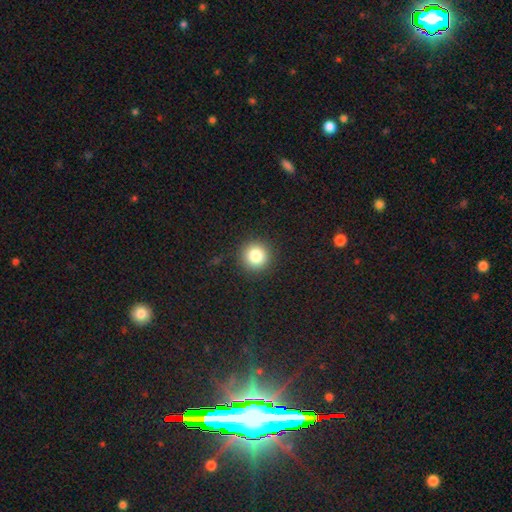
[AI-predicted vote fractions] Morphology: type=smooth (83%); roundness=round (95%); merging=none (91%).